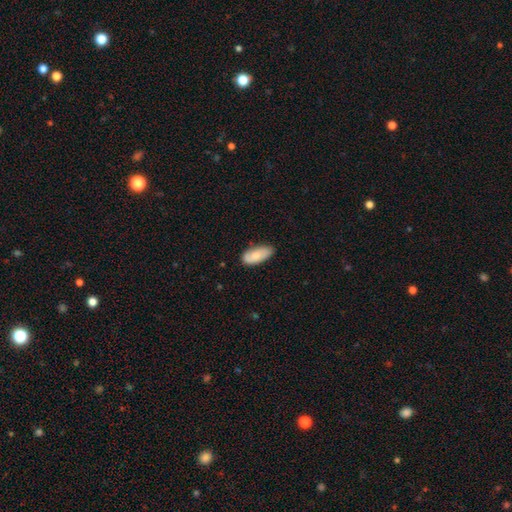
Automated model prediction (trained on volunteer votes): Smooth or featured: smooth — 80% (featured or disk — 14%)
How rounded: in between — 87% (cigar-shaped — 11%)
Merging: none — 74% (minor disturbance — 21%)